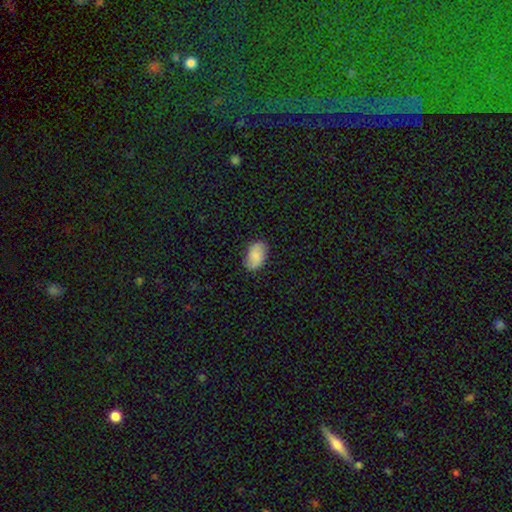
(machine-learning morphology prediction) Smooth or featured? Predicted: smooth (p=0.74). How rounded? Predicted: in between (p=0.91). Merging? Predicted: none (p=0.79).